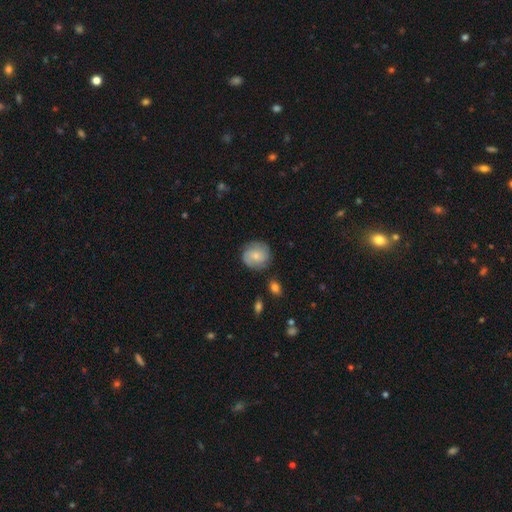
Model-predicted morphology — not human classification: smooth 48%, featured or disk 44%, star or artifact 7%. Down the decision tree: merging — none (81%).